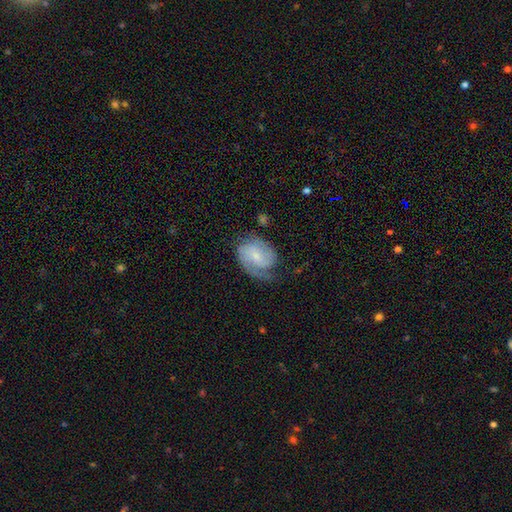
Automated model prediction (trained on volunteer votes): This is likely a featured or disk galaxy (73%). It is clearly not viewed edge-on (97%). Bar: possibly no (51%). Spiral arm pattern: clearly yes (93%). Spiral arm count: possibly 2 (55%). Spiral winding: marginally tight (44%). Central bulge: likely small (63%). Merging: possibly none (55%).